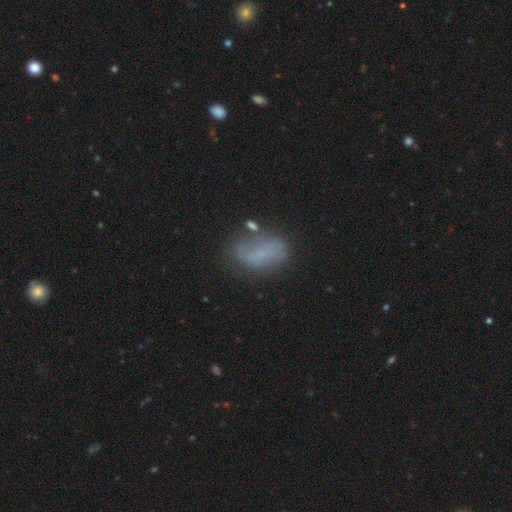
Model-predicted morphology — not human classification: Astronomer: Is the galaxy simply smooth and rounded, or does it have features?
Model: smooth — 46% (runner-up: featured or disk, 41%).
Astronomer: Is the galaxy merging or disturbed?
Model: none — 56%.